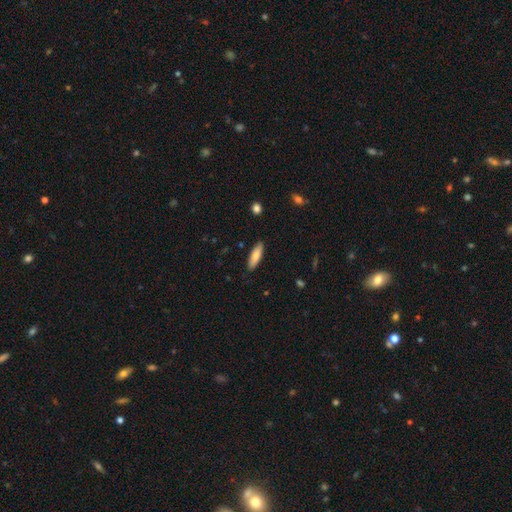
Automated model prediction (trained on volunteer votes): Q: Smooth or featured?
A: smooth (81%); runner-up: featured or disk (14%)
Q: How rounded?
A: cigar-shaped (53%); runner-up: in between (46%)
Q: Merging?
A: none (88%); runner-up: minor disturbance (9%)